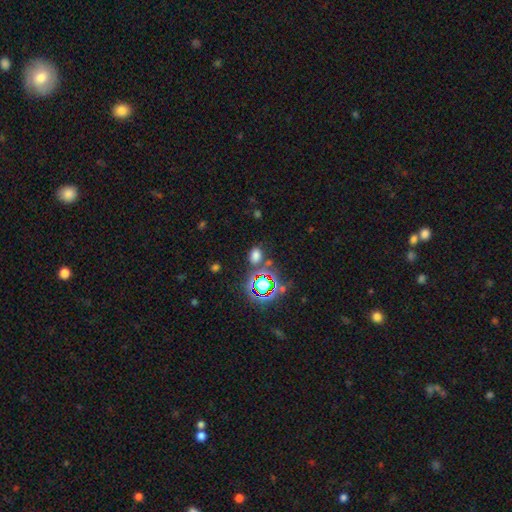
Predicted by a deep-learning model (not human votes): A smooth galaxy with no disk features (62%) that is in between round and cigar-shaped (67%).

Vote fractions:
- Smooth or featured? smooth: 62% / star or artifact: 31% / featured or disk: 7%
- How rounded? in between: 67% / round: 31% / cigar-shaped: 2%
- Merging? none: 74% / minor disturbance: 12% / merger: 8% / major disturbance: 5%